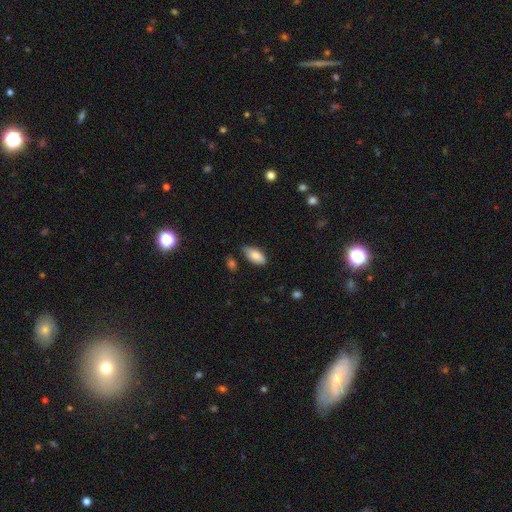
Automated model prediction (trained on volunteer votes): This appears to be a smooth galaxy with no disk features (84%) that is in between round and cigar-shaped (90%). Merging: none (69%).